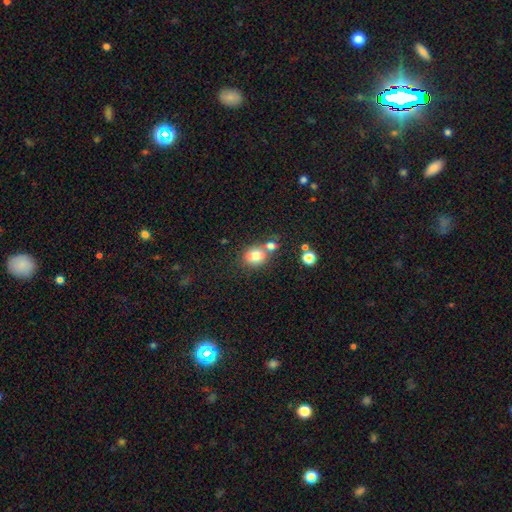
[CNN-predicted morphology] type=smooth (80%); roundness=in between (50%); merging=none (51%).